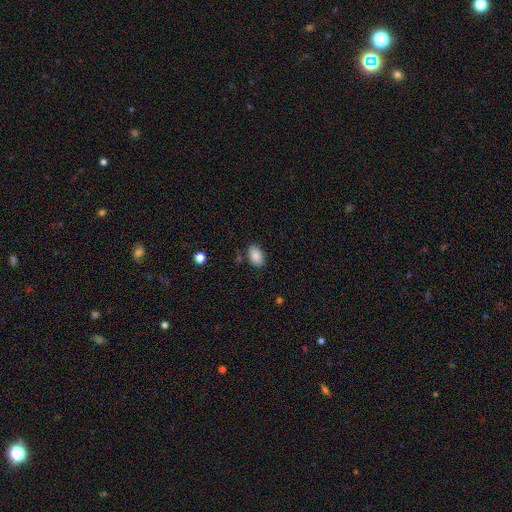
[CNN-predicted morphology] Overall: smooth (88%). How rounded: in between (92%). Merging: none (82%).